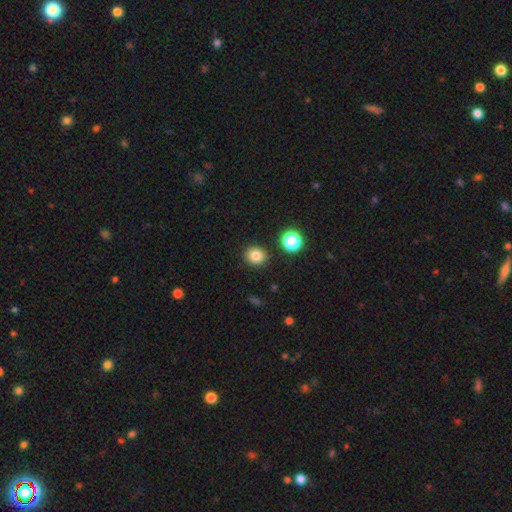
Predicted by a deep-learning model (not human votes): smooth-or-featured: smooth: 82% | star or artifact: 12% | featured or disk: 6%
  how-rounded: round: 83% | in between: 16% | cigar-shaped: 1%
  merging: none: 89% | minor disturbance: 6% | merger: 3% | major disturbance: 2%